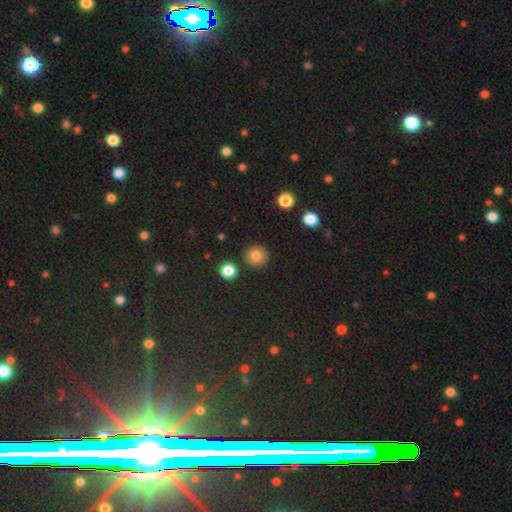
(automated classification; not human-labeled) Smooth or featured: smooth — 82% (star or artifact — 10%)
How rounded: round — 92% (in between — 7%)
Merging: none — 89% (minor disturbance — 6%)